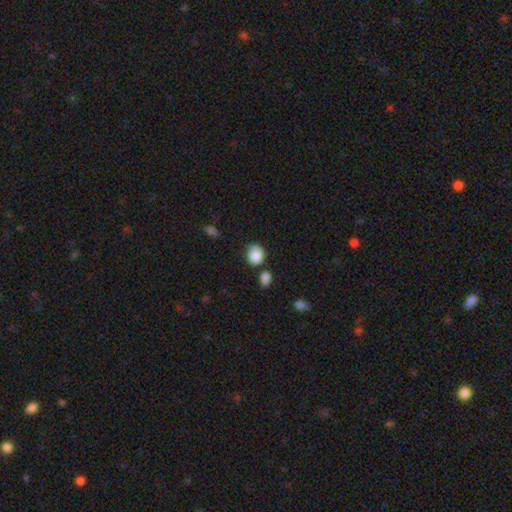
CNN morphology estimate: type=smooth (87%); roundness=round (70%); merging=none (68%).